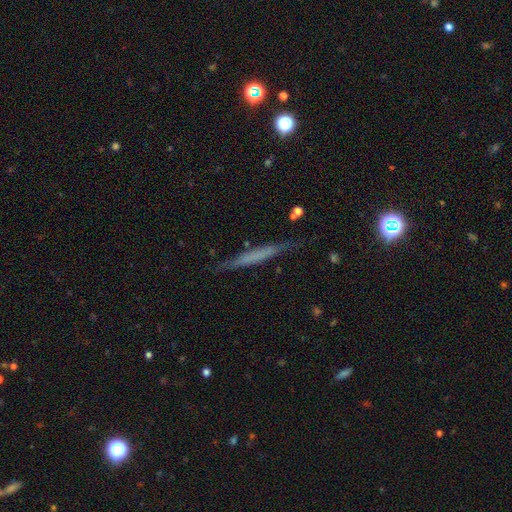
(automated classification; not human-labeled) Smooth or featured? featured or disk (50%)
Merging? none (81%)